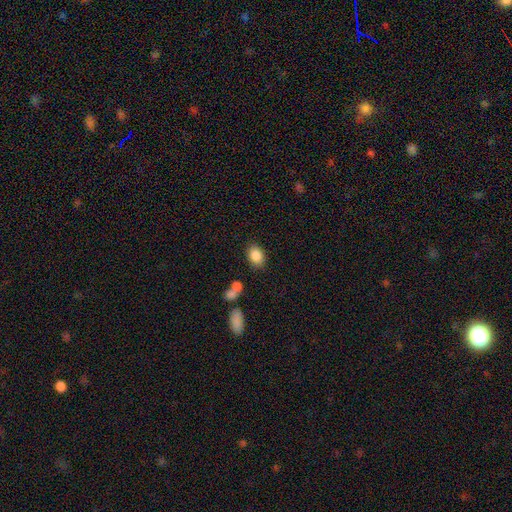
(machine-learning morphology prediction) This appears to be a smooth galaxy with no disk features (87%) that is in between round and cigar-shaped (77%). Merging: none (80%).